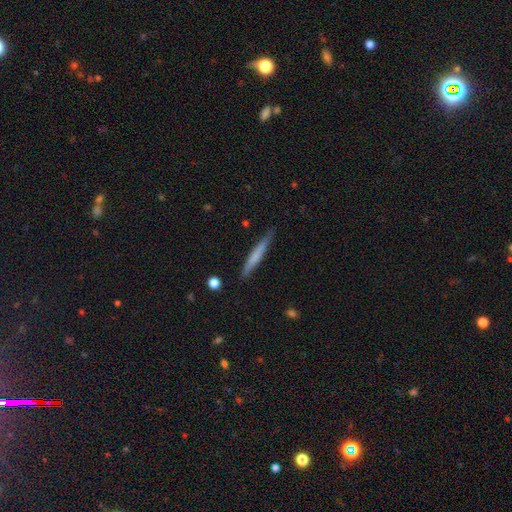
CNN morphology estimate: A smooth galaxy with no disk features (61%) that is cigar-shaped (96%). Merging: none (85%).